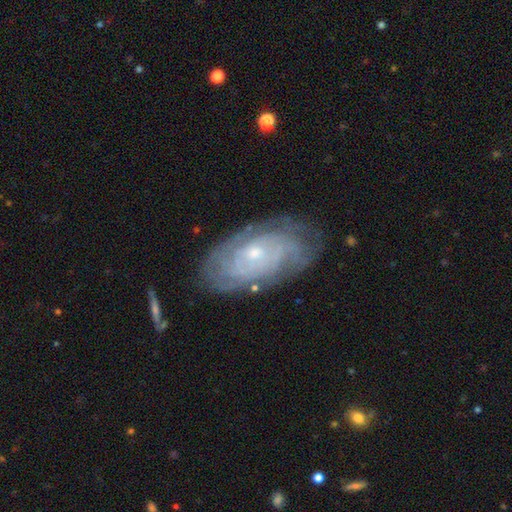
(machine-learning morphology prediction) A featured or disk galaxy (80%) with no bar (77%), tight (76%) spiral arms (90%) and a small central bulge (70%).

Vote fractions:
- Smooth or featured? featured or disk: 80% / smooth: 14% / star or artifact: 7%
- Edge-on disk? no: 94% / yes: 6%
- Bar? no: 77% / weak: 19% / strong: 4%
- Spiral arms? yes: 90% / no: 10%
- Spiral winding? tight: 76% / medium: 19% / loose: 5%
- Spiral arm count? can't tell: 52% / 2: 15% / 3: 11% / 4: 11% / more than 4: 6% / 1: 4%
- Bulge size? small: 70% / moderate: 26% / none: 2% / large: 1% / dominant: 1%
- Merging? none: 73% / minor disturbance: 19% / major disturbance: 6% / merger: 2%